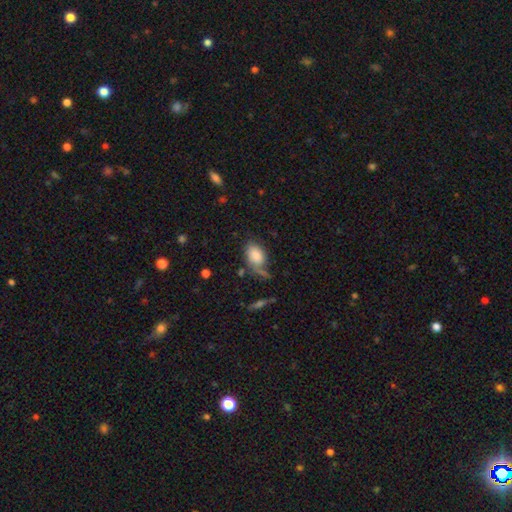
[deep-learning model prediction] smooth-or-featured: smooth: 79% | featured or disk: 13% | star or artifact: 8%
  how-rounded: in between: 88% | round: 11% | cigar-shaped: 2%
  merging: none: 49% | minor disturbance: 25% | major disturbance: 16% | merger: 10%